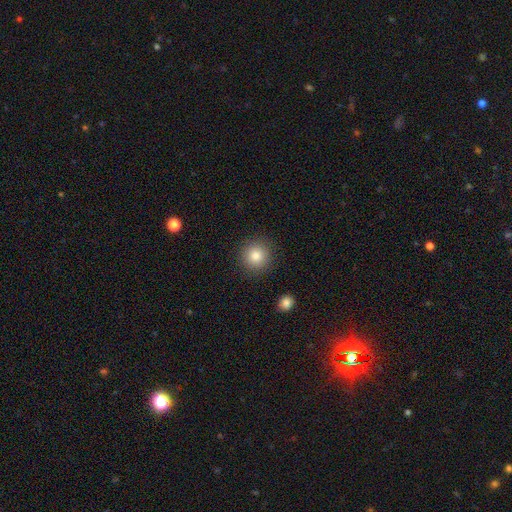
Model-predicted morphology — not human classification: This is clearly a smooth galaxy (83%). How rounded: clearly round (94%). Merging: clearly none (90%).